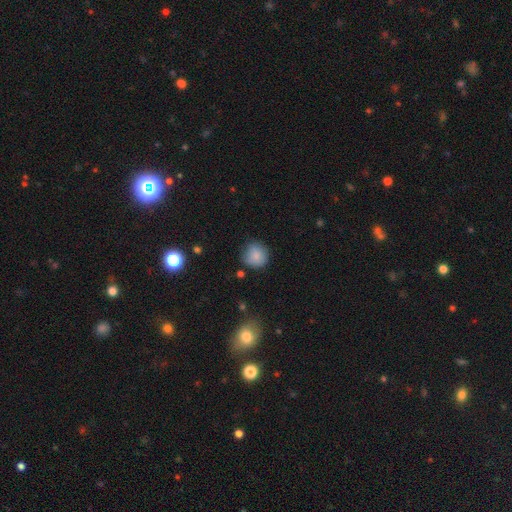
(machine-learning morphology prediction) A smooth galaxy with no disk features (83%) that is round (91%). Merging: none (73%).